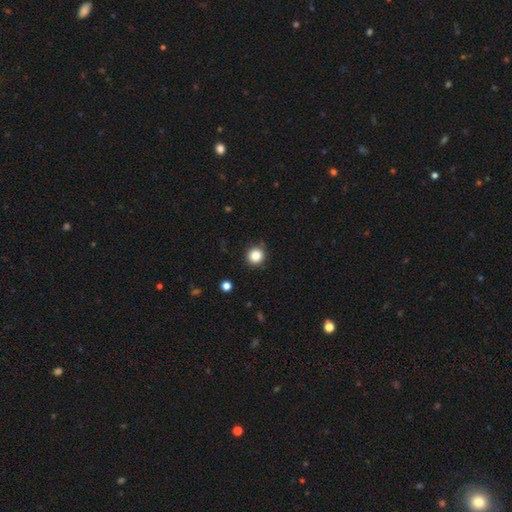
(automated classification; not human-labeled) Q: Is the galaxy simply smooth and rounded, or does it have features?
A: smooth — 85%.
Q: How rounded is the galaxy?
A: round — 94%.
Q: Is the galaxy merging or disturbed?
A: none — 88%.